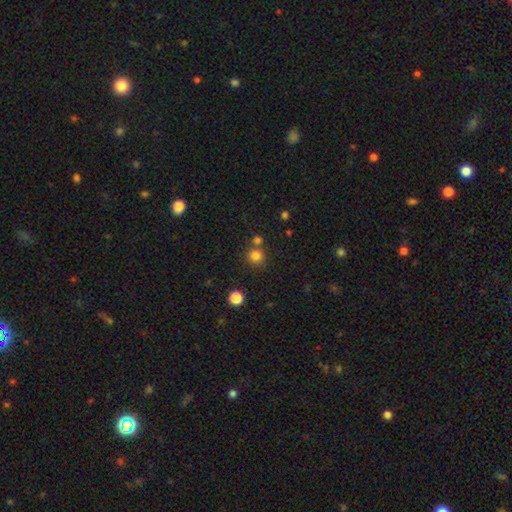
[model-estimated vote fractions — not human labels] This appears to be a smooth galaxy with no disk features (79%) that is round (92%). Merging: none (72%).